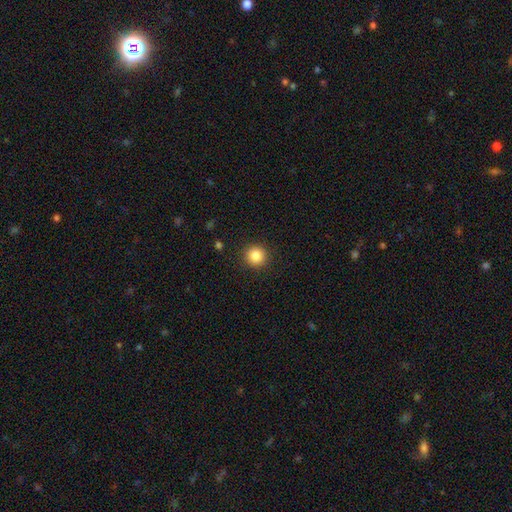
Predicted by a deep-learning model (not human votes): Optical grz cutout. It shows a smooth galaxy with no disk features (85%) that is round (94%). Merging: none (91%).